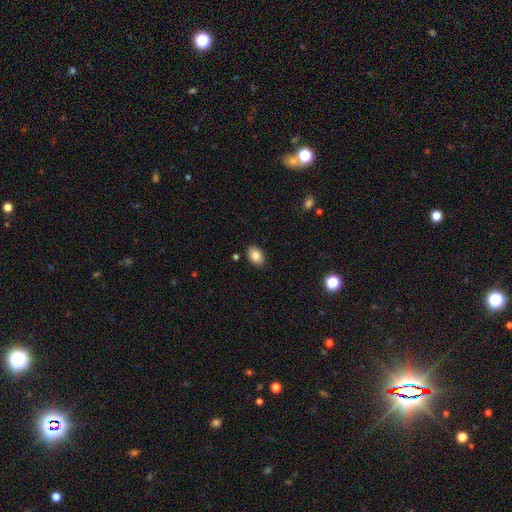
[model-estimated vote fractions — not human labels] Overall: smooth (85%). How rounded: in between (84%). Merging: none (87%).